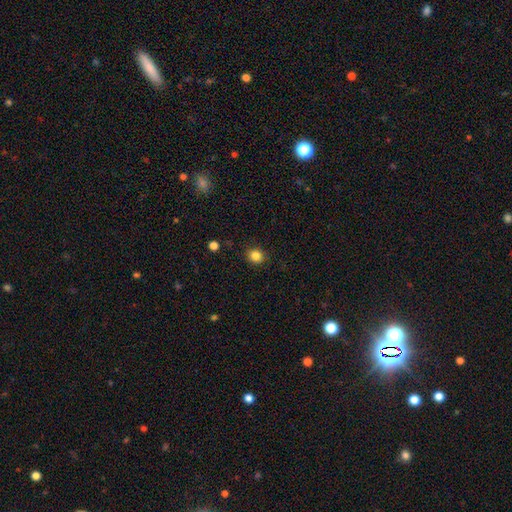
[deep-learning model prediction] Morphology: type=smooth (84%); roundness=round (84%); merging=none (89%).